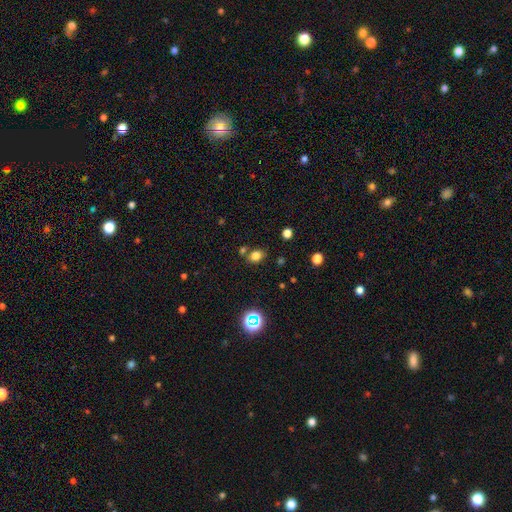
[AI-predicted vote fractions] A smooth galaxy with no disk features (77%) that is in between round and cigar-shaped (60%). Merging: none (72%).